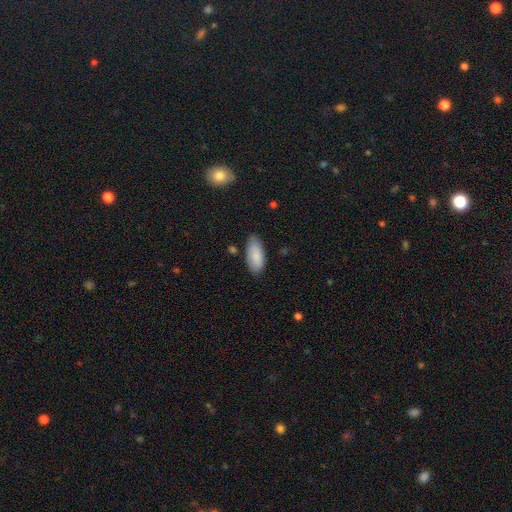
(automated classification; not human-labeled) This is clearly a smooth galaxy (86%). How rounded: clearly in between (87%). Merging: likely none (78%).